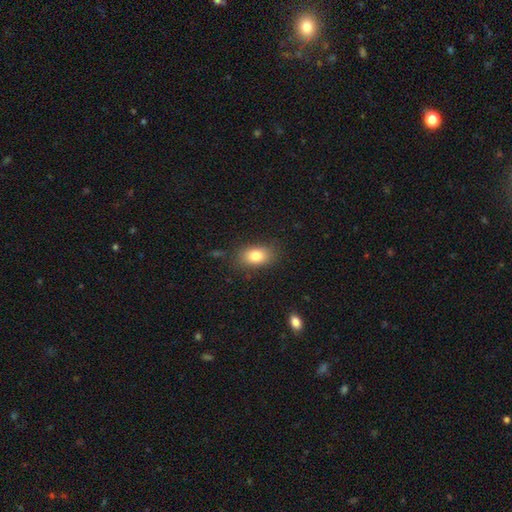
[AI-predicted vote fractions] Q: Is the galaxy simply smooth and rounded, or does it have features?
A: smooth — 82%.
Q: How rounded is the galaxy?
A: in between — 84%.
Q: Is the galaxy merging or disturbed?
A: none — 82%.